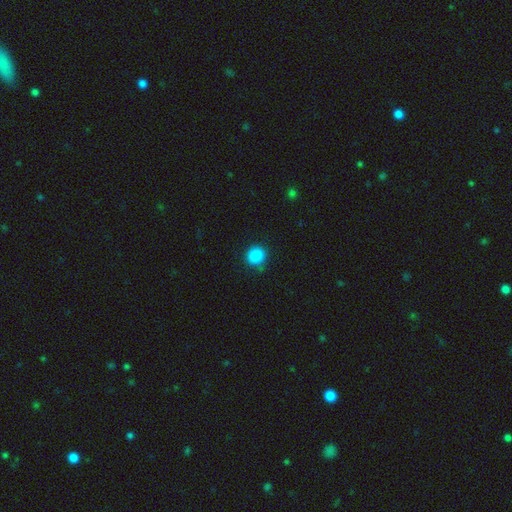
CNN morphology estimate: Overall: smooth (87%). How rounded: round (86%). Merging: none (85%).